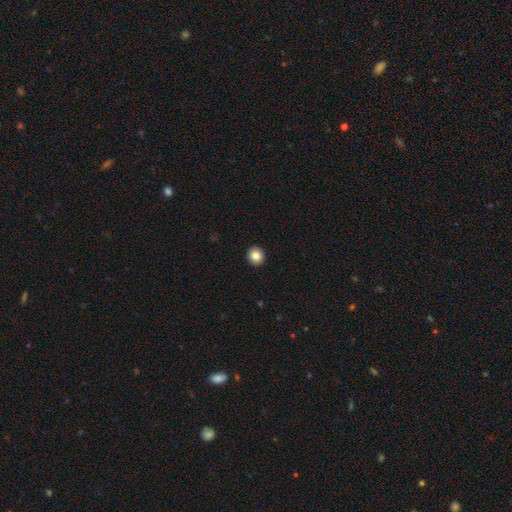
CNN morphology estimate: Smooth or featured? Predicted: smooth (p=0.84). How rounded? Predicted: round (p=0.88). Merging? Predicted: none (p=0.94).